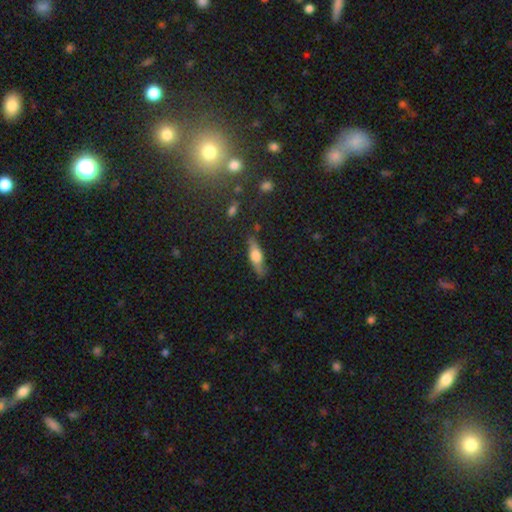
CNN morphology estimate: smooth_or_featured: smooth (p=0.47) [alt: featured or disk p=0.46]
merging: none (p=0.78) [alt: minor disturbance p=0.16]